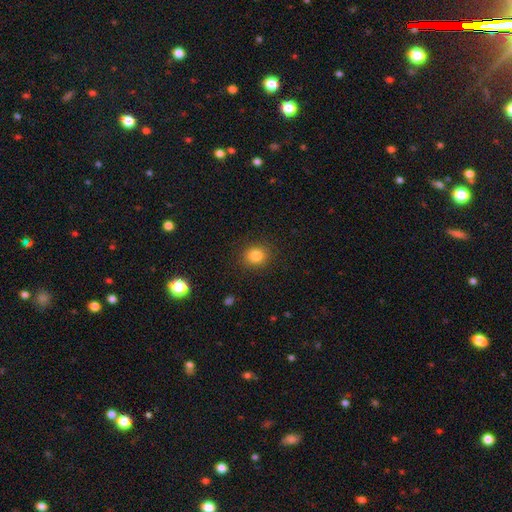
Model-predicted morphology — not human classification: smooth 83%, star or artifact 12%, featured or disk 6%. Down the decision tree: how rounded — round (78%); merging — none (89%).